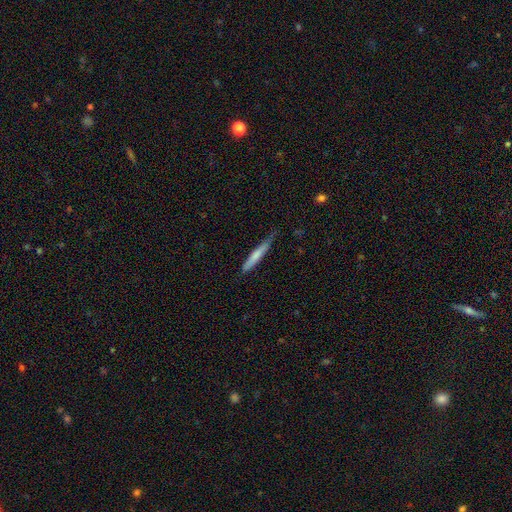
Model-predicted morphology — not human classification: smooth-or-featured: smooth: 68% | featured or disk: 26% | star or artifact: 5%
  how-rounded: cigar-shaped: 94% | in between: 5% | round: 1%
  merging: none: 69% | minor disturbance: 25% | major disturbance: 4% | merger: 2%